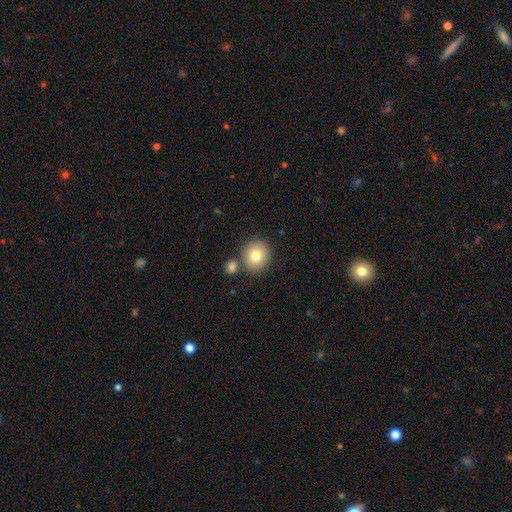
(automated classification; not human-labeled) This is likely a smooth galaxy (79%). How rounded: clearly round (90%). Merging: likely none (73%).